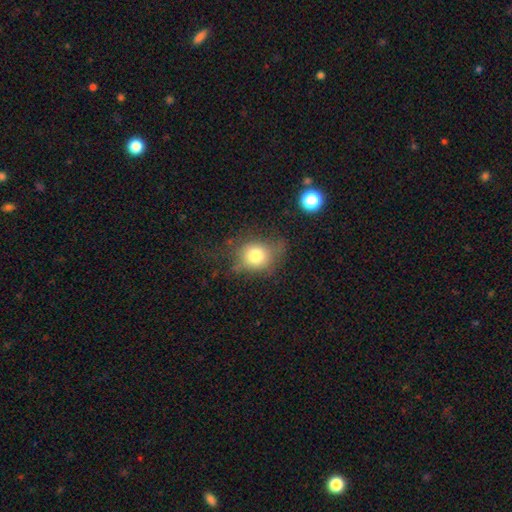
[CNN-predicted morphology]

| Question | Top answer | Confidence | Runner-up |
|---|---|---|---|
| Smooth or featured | smooth | 76% | featured or disk (13%) |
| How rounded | round | 70% | in between (29%) |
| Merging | none | 56% | minor disturbance (26%) |